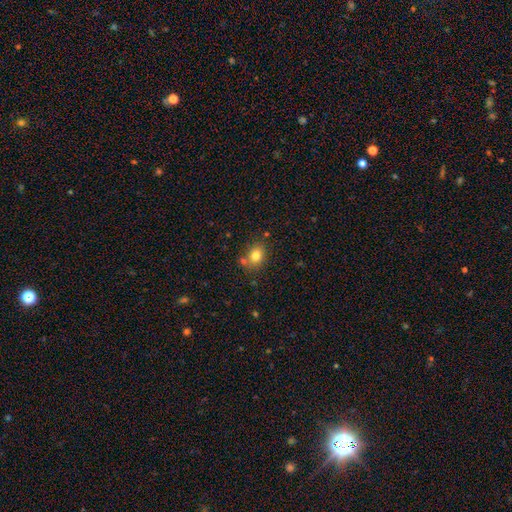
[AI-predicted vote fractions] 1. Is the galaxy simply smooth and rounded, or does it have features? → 80% smooth, 11% star or artifact, 9% featured or disk.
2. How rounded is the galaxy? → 52% in between, 47% round, 1% cigar-shaped.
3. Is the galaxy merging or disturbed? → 70% none, 14% minor disturbance, 12% merger, 4% major disturbance.